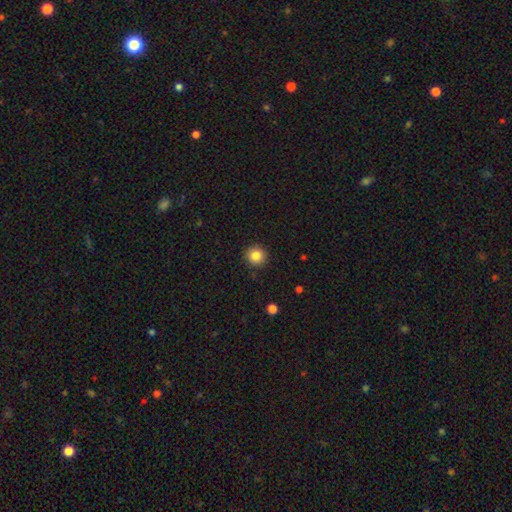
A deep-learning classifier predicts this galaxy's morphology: Smooth or featured? Predicted: smooth (p=0.84). How rounded? Predicted: round (p=0.94). Merging? Predicted: none (p=0.91).